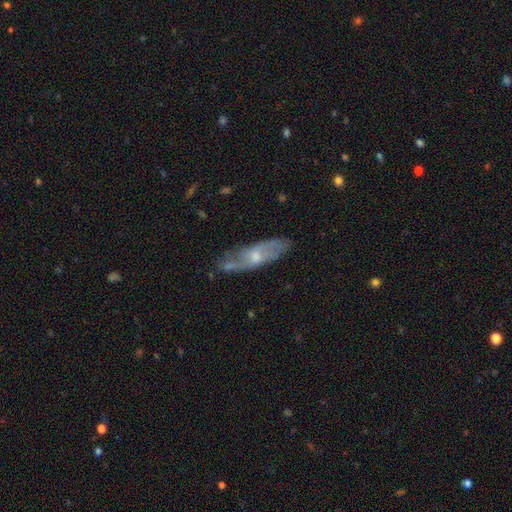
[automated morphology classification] The model was most divided on "edge-on disk": no: 68%, yes: 32%. More confident: merging — none (69%); smooth or featured — featured or disk (65%).